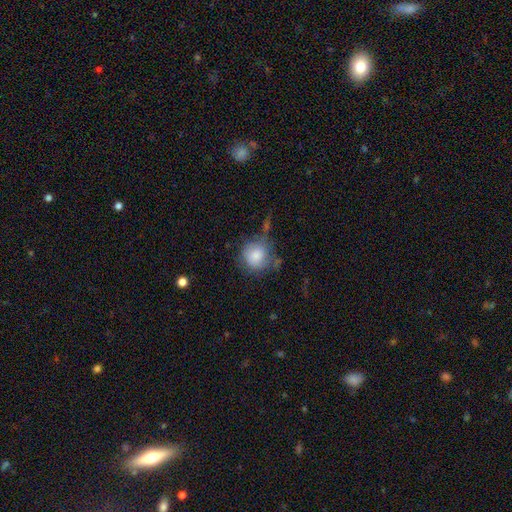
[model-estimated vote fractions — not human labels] Smooth or featured: smooth — 79% (featured or disk — 14%)
How rounded: round — 86% (in between — 13%)
Merging: none — 47% (minor disturbance — 27%)